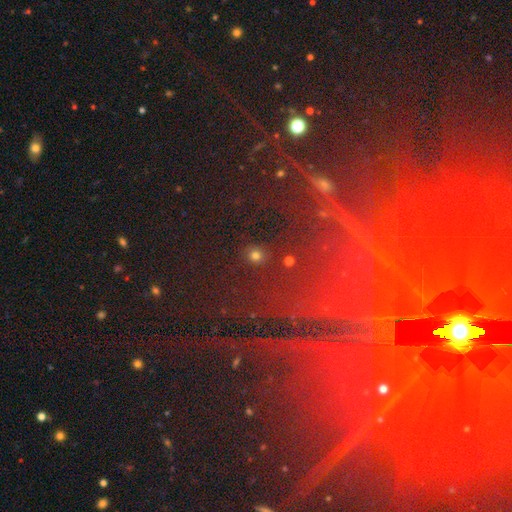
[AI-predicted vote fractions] A smooth galaxy with no disk features (75%) that is round (86%). Merging: none (89%).